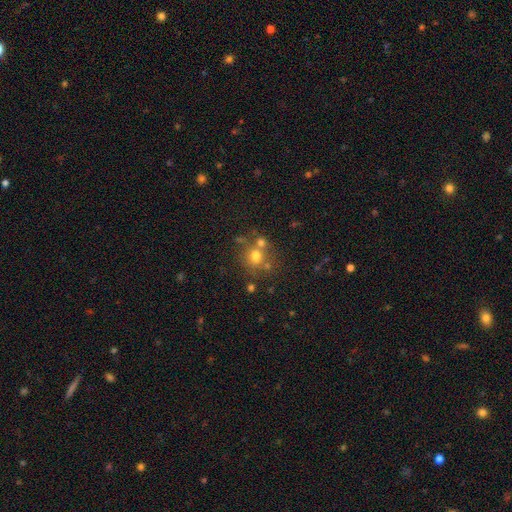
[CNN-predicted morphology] smooth_or_featured: smooth (p=0.67) [alt: star or artifact p=0.18]
how_rounded: round (p=0.85) [alt: in between p=0.14]
merging: none (p=0.58) [alt: merger p=0.26]